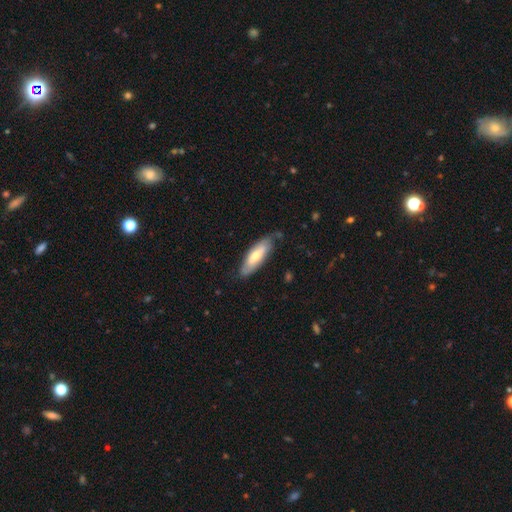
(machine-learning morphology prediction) Overall: smooth (56%; featured or disk 39%). How rounded: in between (55%; cigar-shaped 44%). Merging: none (68%).